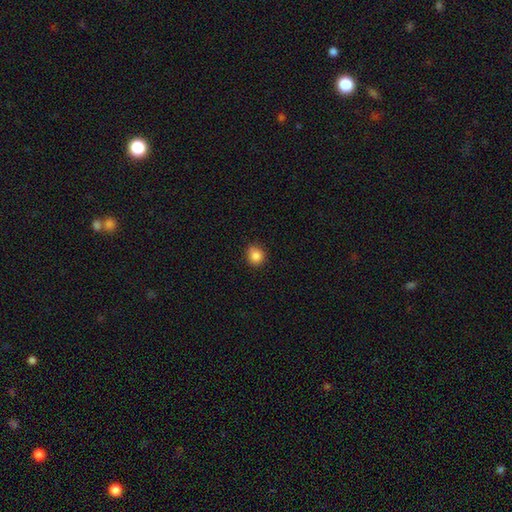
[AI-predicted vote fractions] Morphology: type=smooth (86%); roundness=round (87%); merging=none (82%).